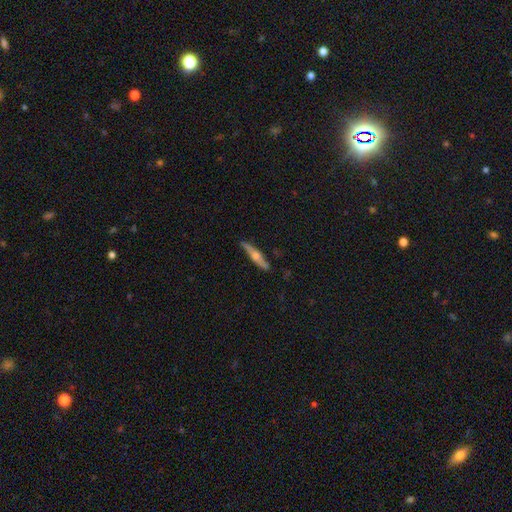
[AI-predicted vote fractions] Smooth or featured? Predicted: featured or disk (p=0.59). Edge-on disk? Predicted: yes (p=0.85). Edge-on bulge? Predicted: rounded (p=0.87). Merging? Predicted: none (p=0.80).